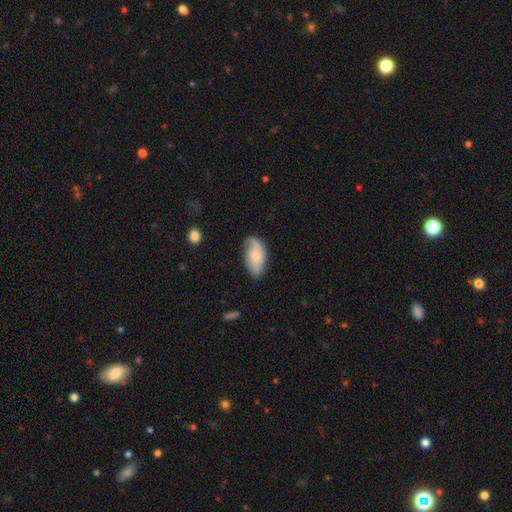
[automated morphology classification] Overall: smooth (56%; featured or disk 38%). How rounded: in between (92%). Merging: none (59%; minor disturbance 29%).